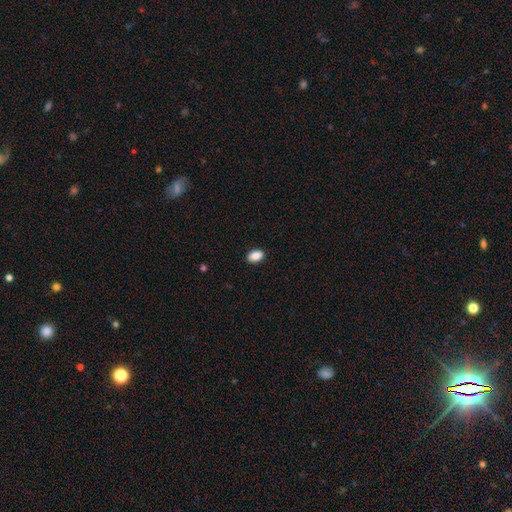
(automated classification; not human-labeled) Smooth or featured? smooth (89%)
How rounded? in between (89%)
Merging? none (89%)